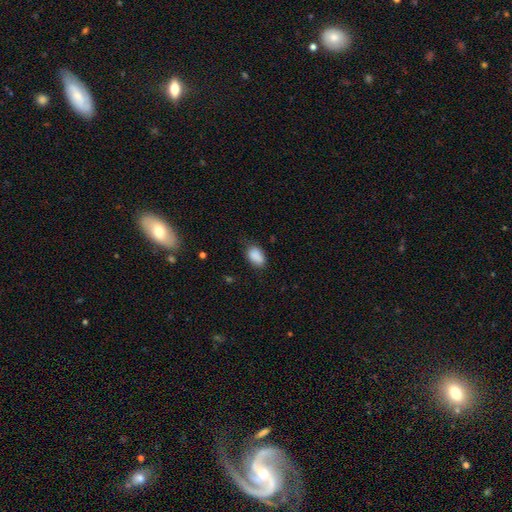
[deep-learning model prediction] smooth 88%, star or artifact 8%, featured or disk 4%. Down the decision tree: how rounded — in between (90%); merging — none (72%).